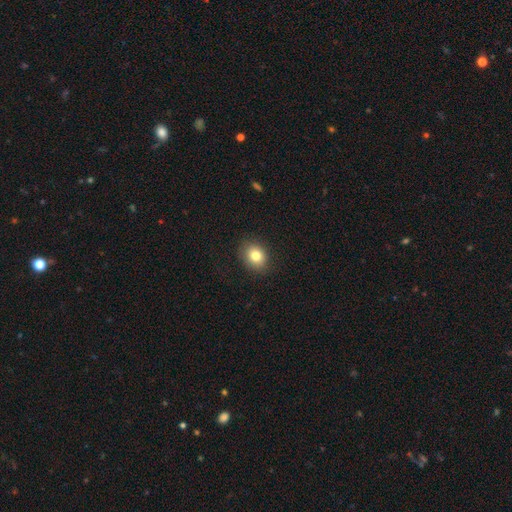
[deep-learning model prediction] Smooth or featured? smooth (81%)
How rounded? round (57%)
Merging? none (87%)